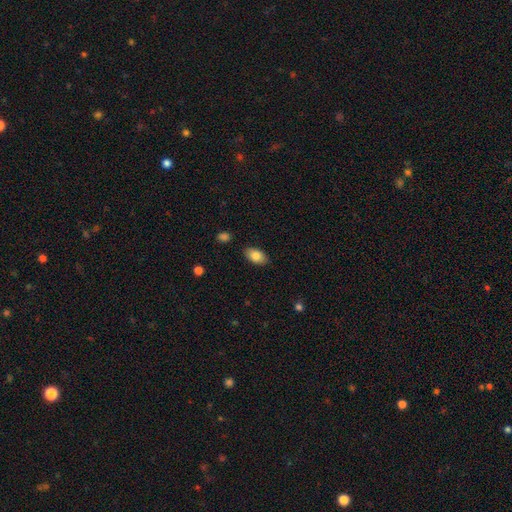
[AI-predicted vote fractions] Q: Smooth or featured?
A: smooth (85%); runner-up: featured or disk (8%)
Q: How rounded?
A: in between (93%); runner-up: round (5%)
Q: Merging?
A: none (86%); runner-up: minor disturbance (10%)